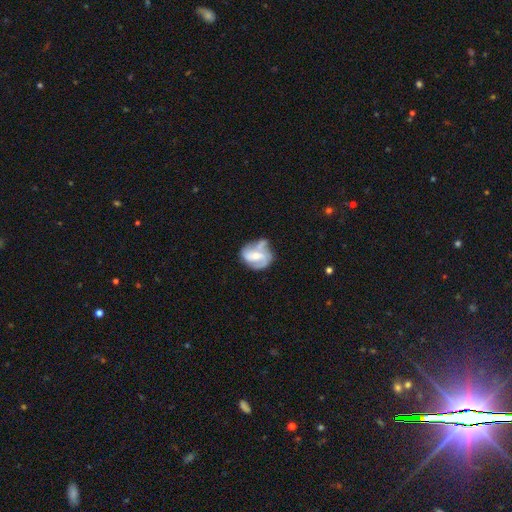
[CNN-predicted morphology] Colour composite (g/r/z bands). It shows a featured or disk galaxy (74%) with no bar (45%), 2 (39%) medium (46%) spiral arms (88%) and a moderate central bulge (49%). Merging: none (43%).